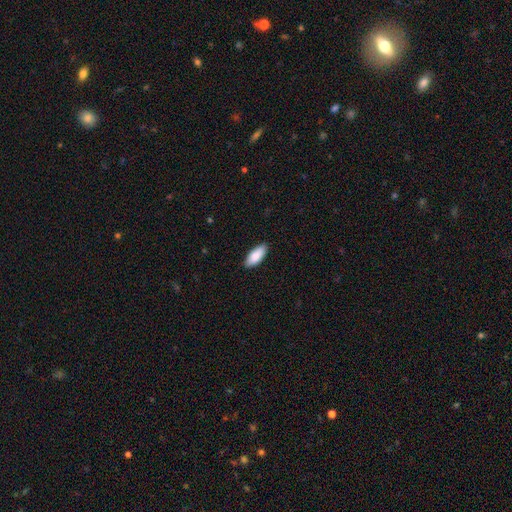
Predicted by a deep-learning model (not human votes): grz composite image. It shows a smooth galaxy with no disk features (88%) that is in between round and cigar-shaped (84%). Merging: none (88%).